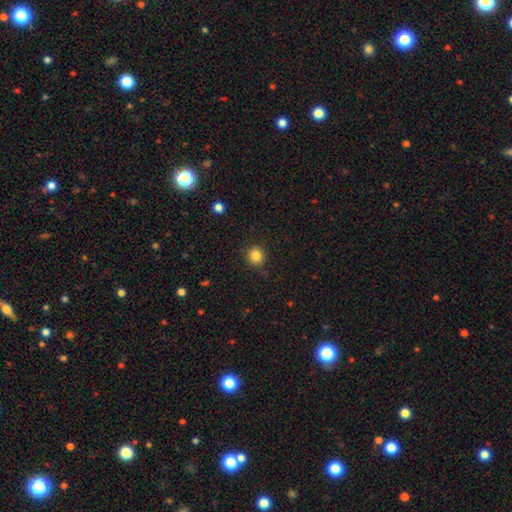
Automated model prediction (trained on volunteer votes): The model was most divided on "smooth or featured": smooth: 84%, star or artifact: 11%, featured or disk: 4%. More confident: how rounded — round (93%); merging — none (89%).